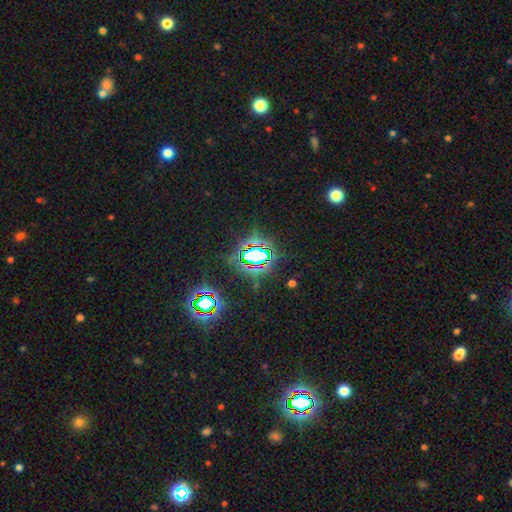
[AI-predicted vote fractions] A star or artifact, not a galaxy (72%).